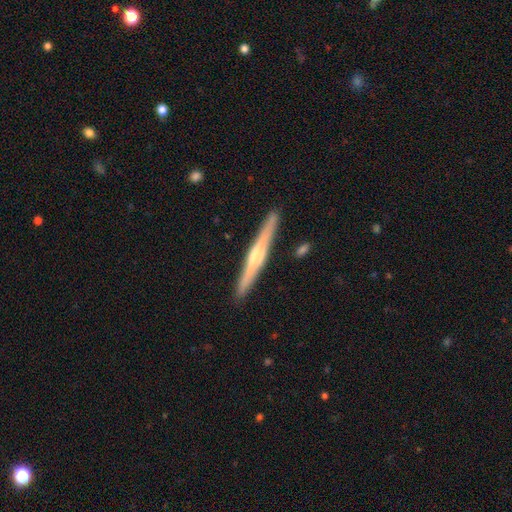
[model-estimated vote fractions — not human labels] featured or disk 73%, smooth 22%, star or artifact 5%. Down the decision tree: edge-on disk — yes (98%); edge-on bulge — rounded (78%); merging — none (91%).